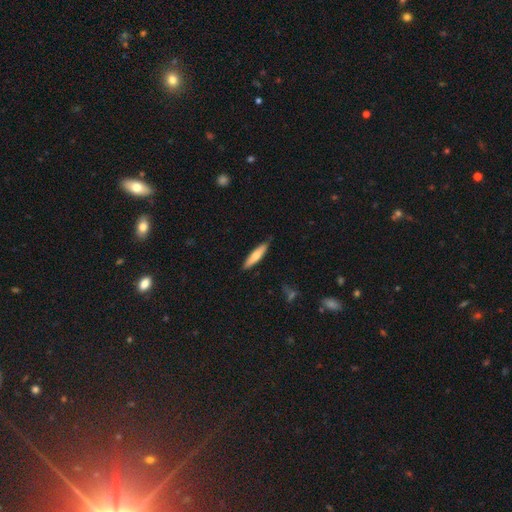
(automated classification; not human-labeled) smooth 64%, featured or disk 31%, star or artifact 6%. Down the decision tree: how rounded — cigar-shaped (82%); merging — none (86%).